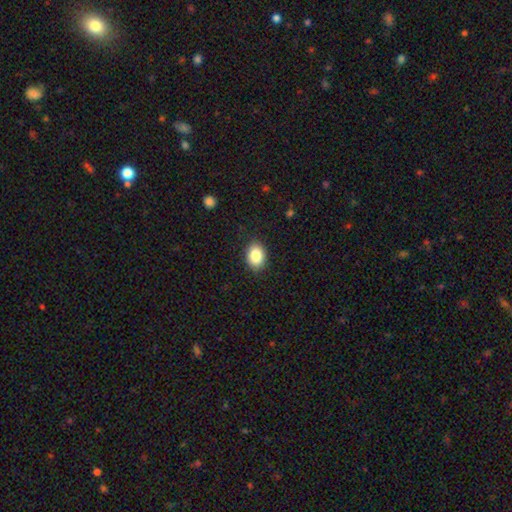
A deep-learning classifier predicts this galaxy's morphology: smooth 85%, star or artifact 8%, featured or disk 7%. Down the decision tree: how rounded — in between (69%); merging — none (87%).